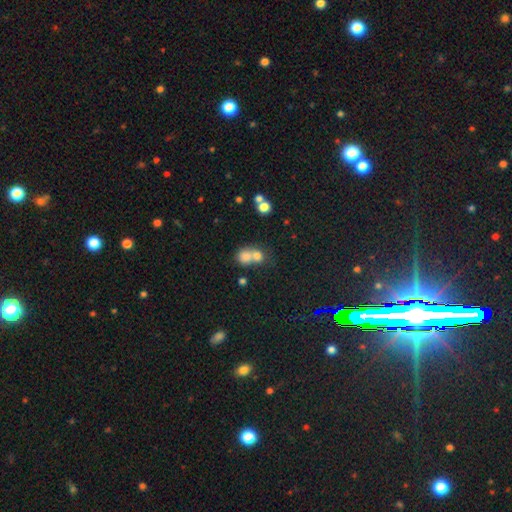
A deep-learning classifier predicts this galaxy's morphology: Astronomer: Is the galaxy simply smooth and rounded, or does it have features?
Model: smooth — 73%.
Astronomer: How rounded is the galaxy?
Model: round — 69%.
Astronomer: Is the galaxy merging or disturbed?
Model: merger — 66%.